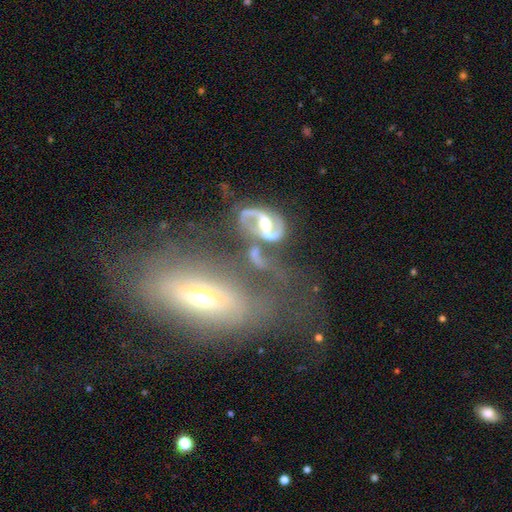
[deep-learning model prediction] A featured or disk galaxy (75%) with a weak bar (38%), 2 (88%) loose (43%, tied with medium) spiral arms (85%) and a moderate central bulge (61%). Merging: merger (36%).